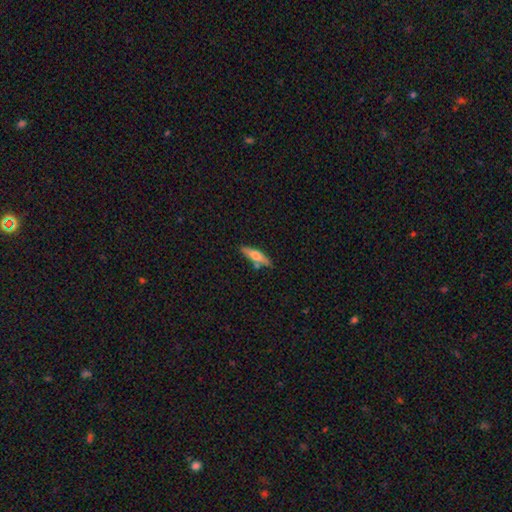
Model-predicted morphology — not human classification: Smooth or featured: smooth — 54% (featured or disk — 40%)
How rounded: cigar-shaped — 70% (in between — 28%)
Merging: none — 76% (minor disturbance — 14%)